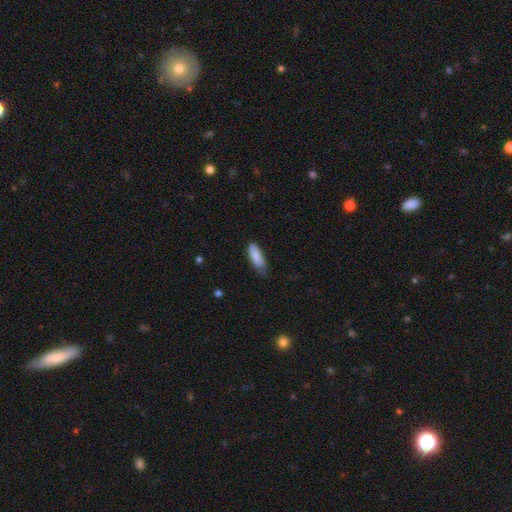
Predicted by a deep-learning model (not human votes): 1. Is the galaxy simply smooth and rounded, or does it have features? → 85% smooth, 9% featured or disk, 6% star or artifact.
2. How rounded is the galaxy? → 59% in between, 40% cigar-shaped, 2% round.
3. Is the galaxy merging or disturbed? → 59% none, 33% minor disturbance, 6% major disturbance, 1% merger.